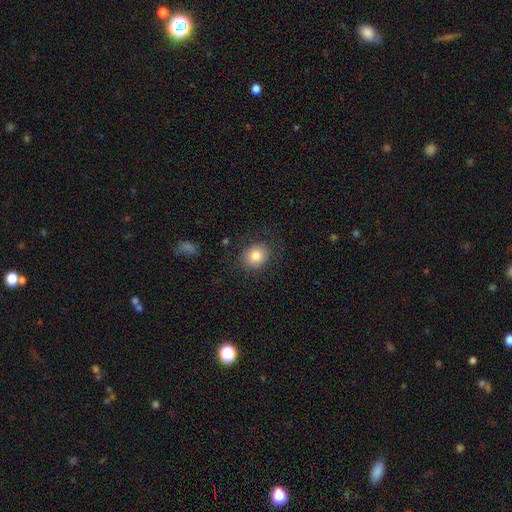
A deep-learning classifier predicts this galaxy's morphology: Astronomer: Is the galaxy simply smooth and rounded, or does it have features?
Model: smooth — 82%.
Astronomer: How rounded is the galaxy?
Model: round — 68%.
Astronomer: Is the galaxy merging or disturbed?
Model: none — 83%.